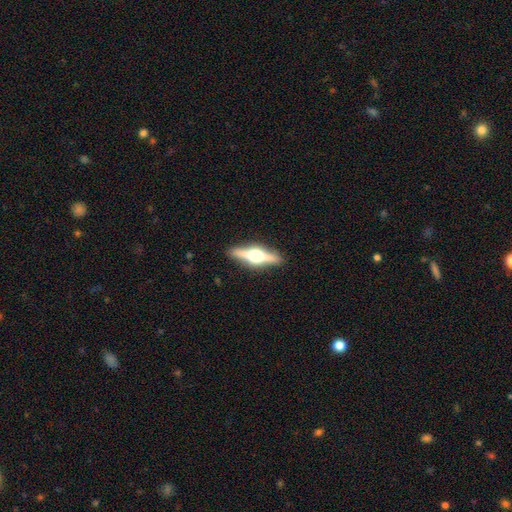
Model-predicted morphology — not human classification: This appears to be a featured or disk galaxy (75%) viewed edge-on (97%) with a rounded central bulge (96%). Merging: none (90%).